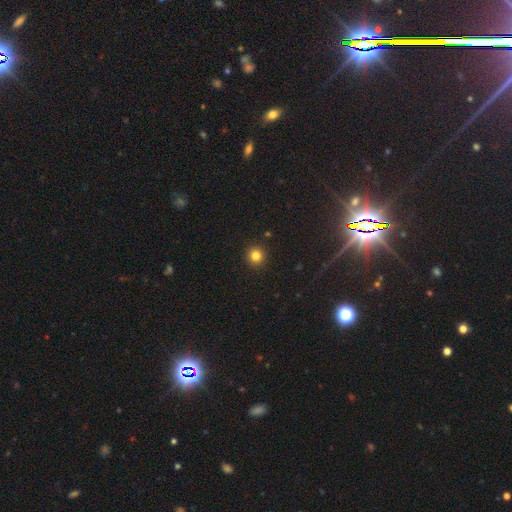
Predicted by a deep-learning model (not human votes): Smooth or featured? smooth (82%)
How rounded? round (94%)
Merging? none (93%)